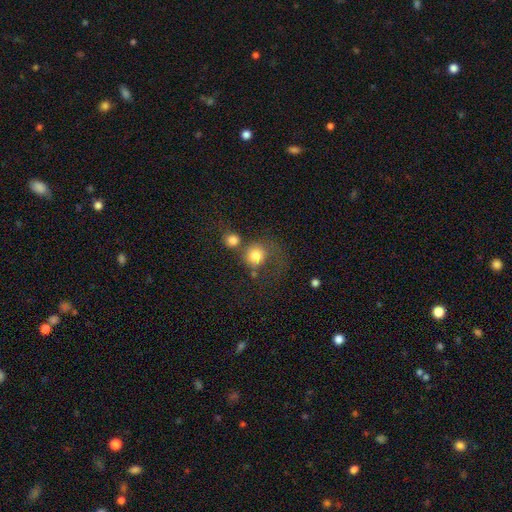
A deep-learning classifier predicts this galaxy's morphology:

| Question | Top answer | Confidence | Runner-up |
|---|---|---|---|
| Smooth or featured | smooth | 77% | featured or disk (12%) |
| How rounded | round | 84% | in between (15%) |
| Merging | merger | 37% | none (34%) |